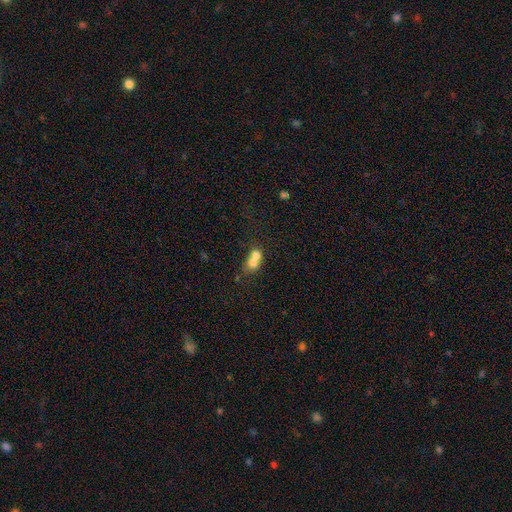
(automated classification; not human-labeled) smooth 69%, featured or disk 20%, star or artifact 11%. Down the decision tree: how rounded — round (61%); merging — merger (73%).